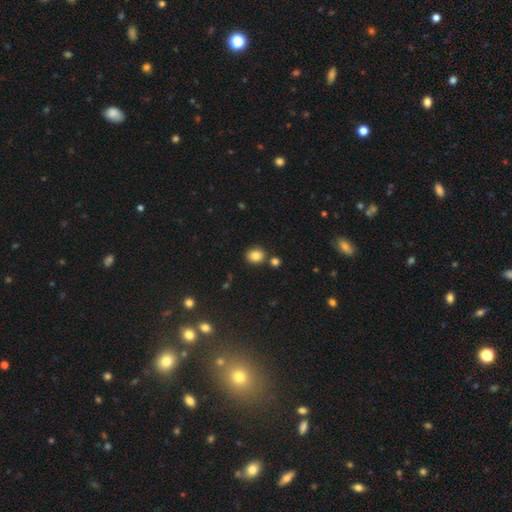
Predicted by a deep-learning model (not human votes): Morphology: type=smooth (84%); roundness=round (69%); merging=none (79%).